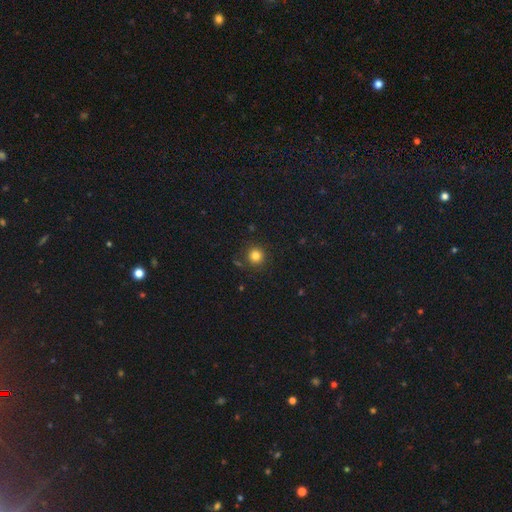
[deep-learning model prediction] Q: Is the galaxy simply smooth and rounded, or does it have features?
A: smooth — 82%.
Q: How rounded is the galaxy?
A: round — 93%.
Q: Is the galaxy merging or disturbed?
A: none — 88%.